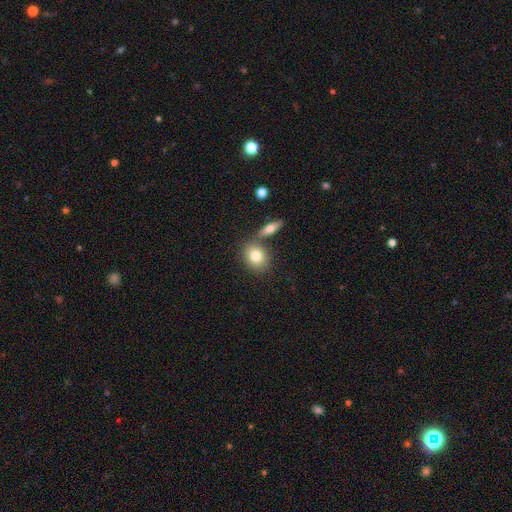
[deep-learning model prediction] This is likely a smooth galaxy (79%). How rounded: possibly in between (50%). Merging: likely none (65%).